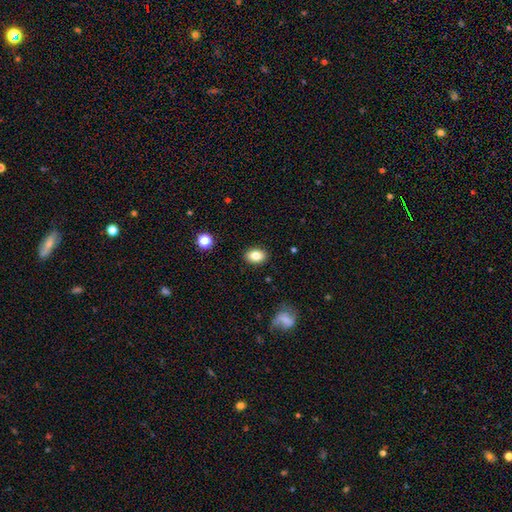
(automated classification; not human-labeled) Smooth or featured?
  - smooth: 83% *
  - star or artifact: 9%
  - featured or disk: 8%
How rounded?
  - in between: 75% *
  - round: 24%
  - cigar-shaped: 1%
Merging?
  - none: 88% *
  - minor disturbance: 8%
  - major disturbance: 2%
  - merger: 1%